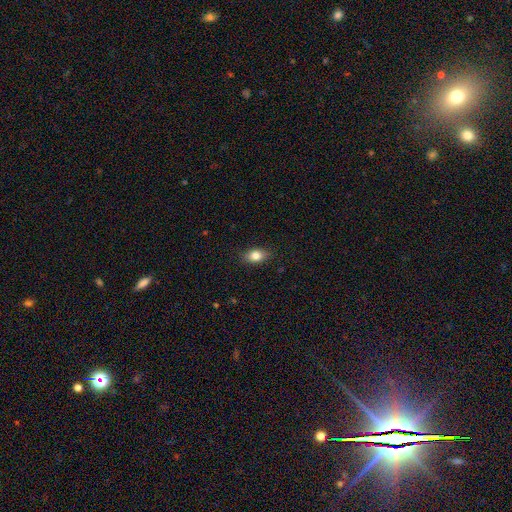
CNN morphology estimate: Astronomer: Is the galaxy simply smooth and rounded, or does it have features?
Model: smooth — 81%.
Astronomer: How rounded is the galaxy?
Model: in between — 83%.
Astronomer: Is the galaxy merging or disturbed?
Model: none — 87%.